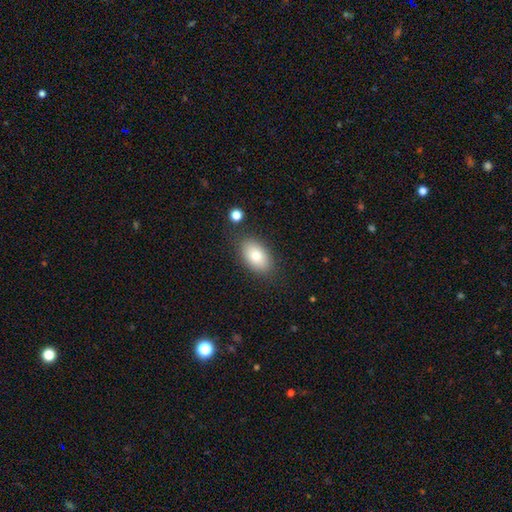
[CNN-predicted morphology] This appears to be a smooth galaxy with no disk features (80%) that is in between round and cigar-shaped (91%). Merging: none (82%).